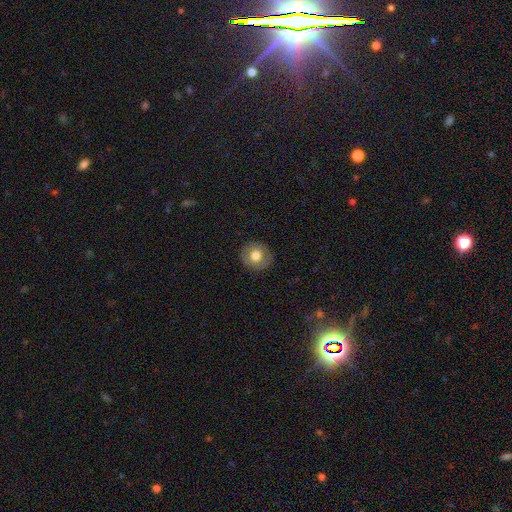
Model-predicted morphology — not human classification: Smooth or featured? Predicted: smooth (p=0.70). How rounded? Predicted: round (p=0.88). Merging? Predicted: none (p=0.88).